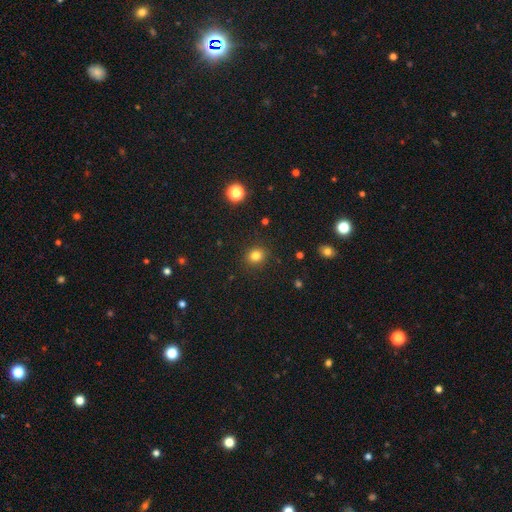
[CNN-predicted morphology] The model was most divided on "how rounded": round: 74%, in between: 25%, cigar-shaped: 1%. More confident: merging — none (90%); smooth or featured — smooth (81%).